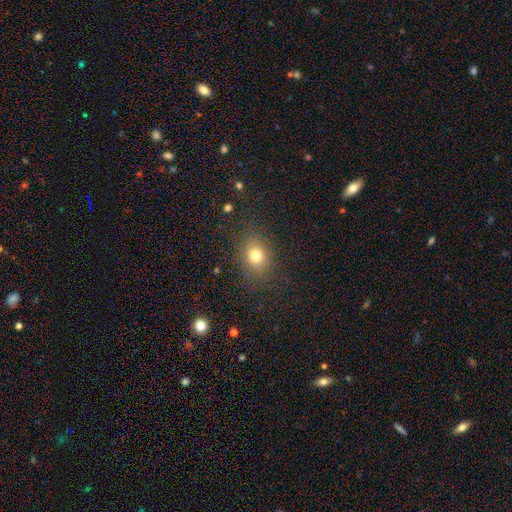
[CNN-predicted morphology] Smooth or featured? smooth (77%)
How rounded? round (50%)
Merging? none (82%)